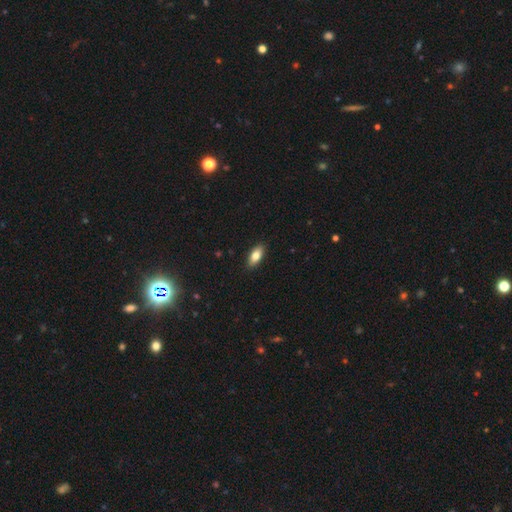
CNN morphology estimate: Smooth or featured: smooth — 80% (featured or disk — 13%)
How rounded: in between — 86% (cigar-shaped — 11%)
Merging: none — 89% (minor disturbance — 8%)